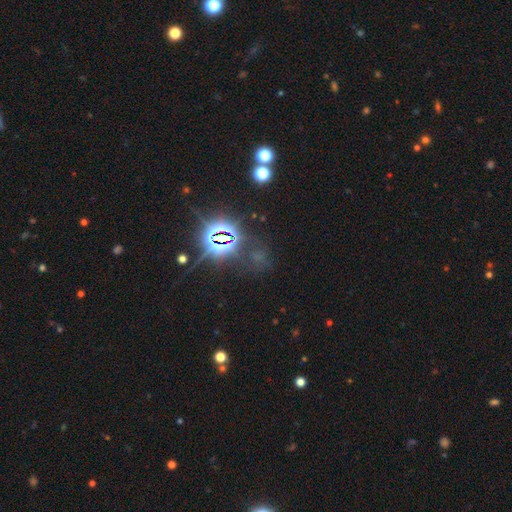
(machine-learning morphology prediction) The model was most divided on "smooth or featured": star or artifact: 77%, smooth: 14%, featured or disk: 9%.